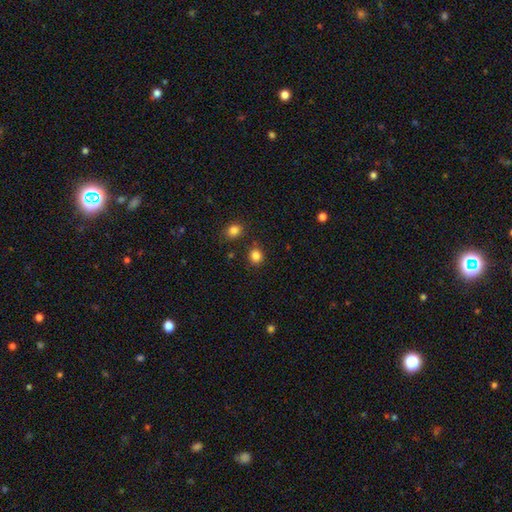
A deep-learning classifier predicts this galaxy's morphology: smooth 84%, star or artifact 12%, featured or disk 4%. Down the decision tree: how rounded — round (74%); merging — none (83%).